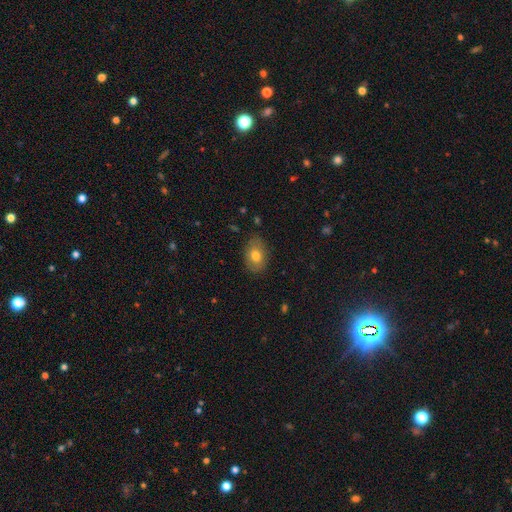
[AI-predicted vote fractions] This appears to be a smooth galaxy with no disk features (75%) that is in between round and cigar-shaped (80%). Merging: none (82%).